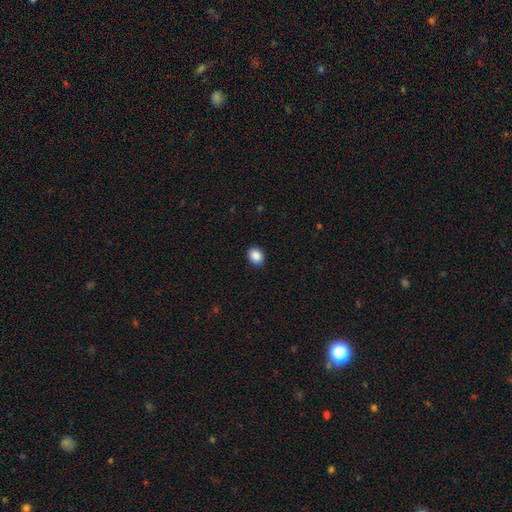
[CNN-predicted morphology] Smooth or featured? Predicted: smooth (p=0.89). How rounded? Predicted: in between (p=0.51). Merging? Predicted: none (p=0.90).